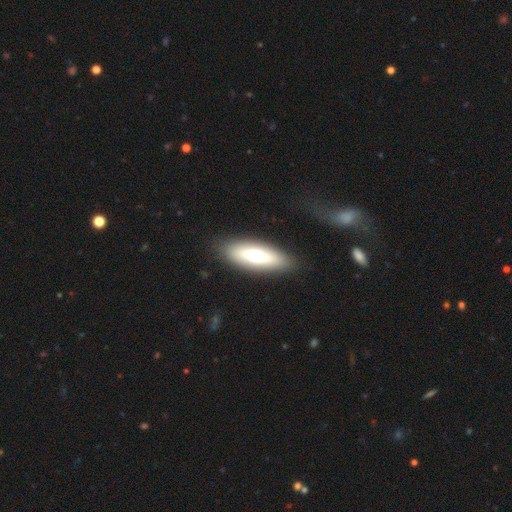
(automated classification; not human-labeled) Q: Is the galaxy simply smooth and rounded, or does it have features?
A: smooth — 57%.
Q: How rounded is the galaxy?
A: in between — 59%.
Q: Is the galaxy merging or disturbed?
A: none — 86%.